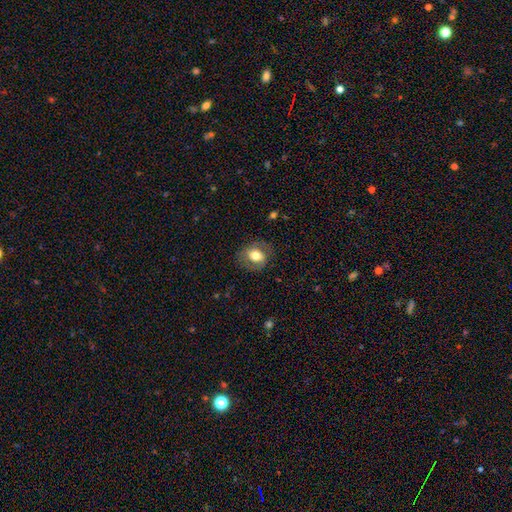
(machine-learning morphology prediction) Overall: smooth (63%; featured or disk 29%). How rounded: round (53%; in between 46%). Merging: none (76%).